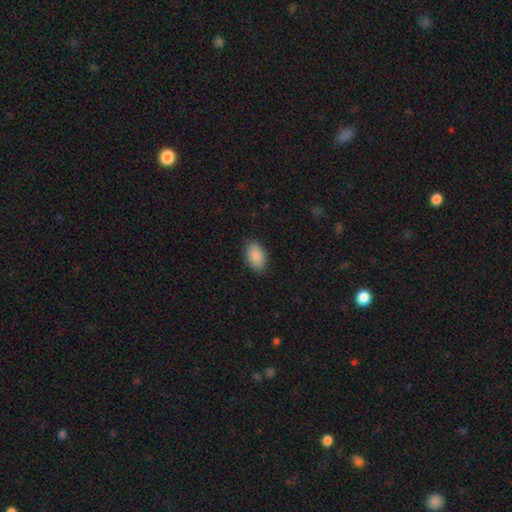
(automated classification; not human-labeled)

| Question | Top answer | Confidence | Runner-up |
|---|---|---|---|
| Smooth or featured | smooth | 90% | star or artifact (7%) |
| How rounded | in between | 92% | round (7%) |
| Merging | none | 86% | minor disturbance (11%) |